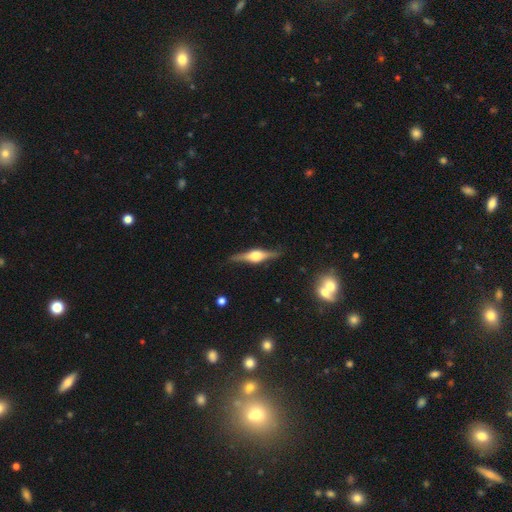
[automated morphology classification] smooth-or-featured: featured or disk: 78% | smooth: 16% | star or artifact: 6%
  disk-edge-on: yes: 97% | no: 3%
    edge-on-bulge: rounded: 89% | boxy: 9% | none: 2%
  merging: none: 87% | minor disturbance: 9% | major disturbance: 2% | merger: 1%